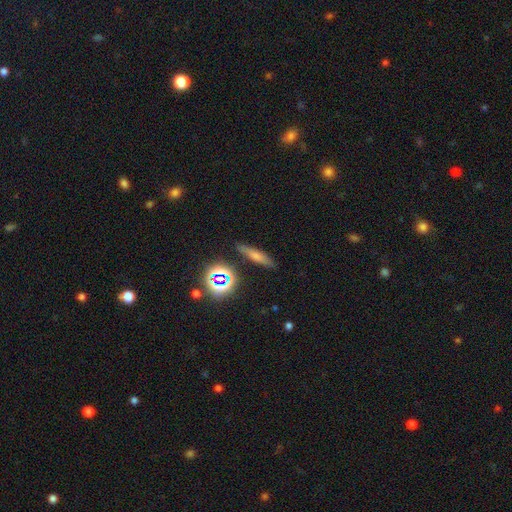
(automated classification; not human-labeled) The model was most divided on "smooth or featured": smooth: 44%, featured or disk: 32%, star or artifact: 24%. More confident: merging — none (86%).